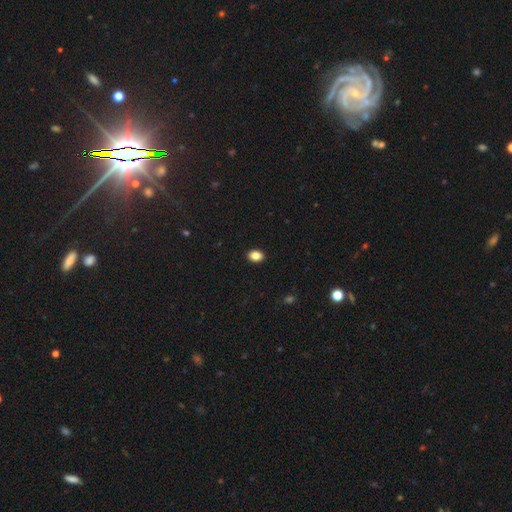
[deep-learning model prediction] Morphology: type=smooth (86%); roundness=in between (72%); merging=none (91%).